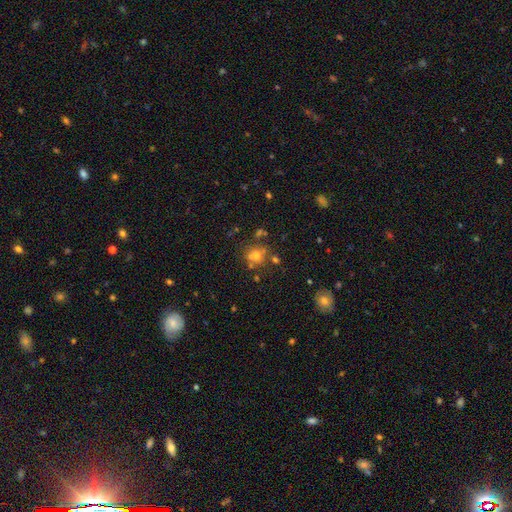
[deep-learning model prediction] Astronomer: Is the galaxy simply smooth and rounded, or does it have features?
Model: smooth — 57%.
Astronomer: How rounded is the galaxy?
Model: round — 74%.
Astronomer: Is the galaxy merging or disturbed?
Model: none — 59%.